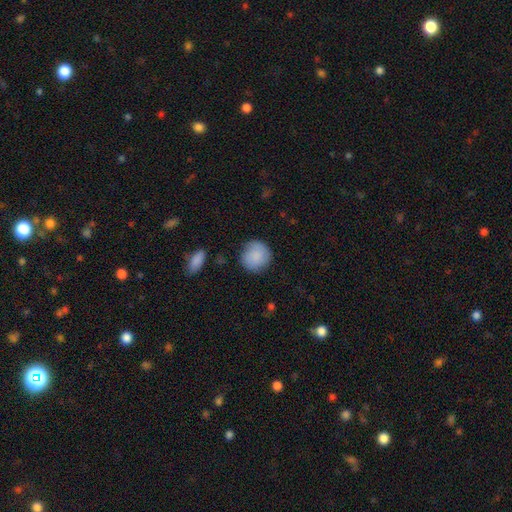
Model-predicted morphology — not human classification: Overall: smooth (83%). How rounded: round (92%). Merging: none (80%).